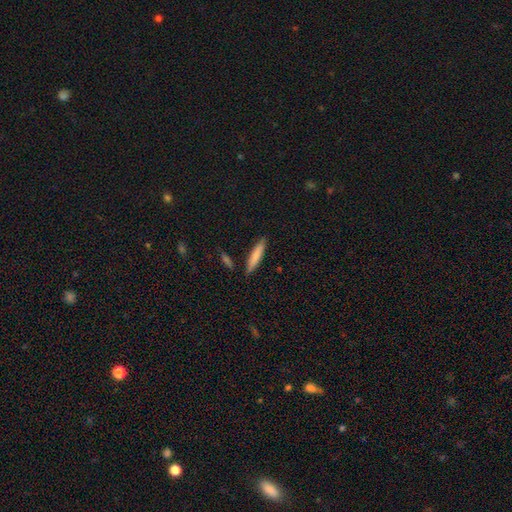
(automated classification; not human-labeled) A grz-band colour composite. It shows a smooth galaxy with no disk features (79%) that is cigar-shaped (88%). Merging: none (85%).